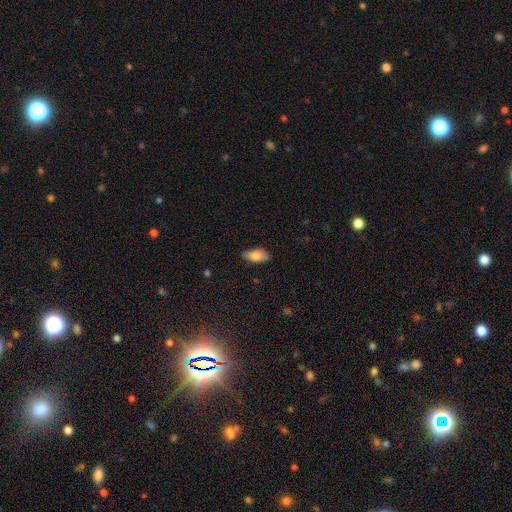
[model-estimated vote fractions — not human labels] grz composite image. It shows a smooth galaxy with no disk features (79%) that is in between round and cigar-shaped (88%). Merging: none (81%).